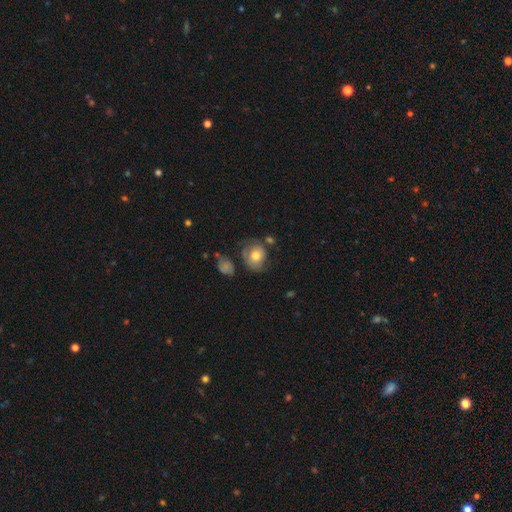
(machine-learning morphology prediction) Smooth or featured: smooth — 65% (featured or disk — 28%)
How rounded: round — 67% (in between — 32%)
Merging: none — 46% (minor disturbance — 27%)